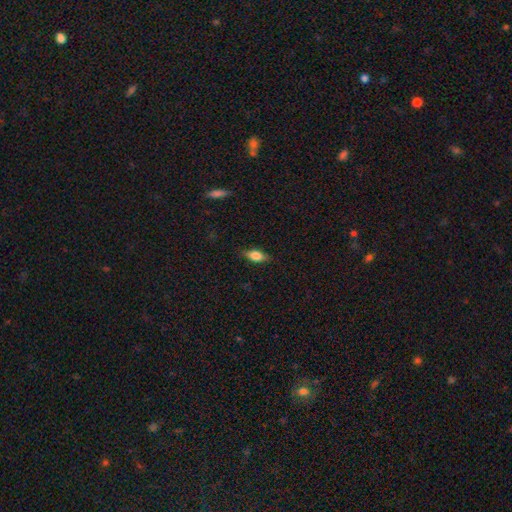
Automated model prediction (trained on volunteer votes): Smooth or featured: smooth — 72% (featured or disk — 20%)
How rounded: in between — 79% (cigar-shaped — 16%)
Merging: none — 83% (minor disturbance — 13%)